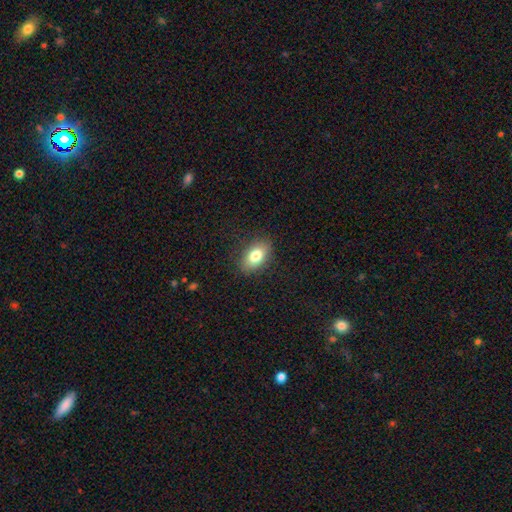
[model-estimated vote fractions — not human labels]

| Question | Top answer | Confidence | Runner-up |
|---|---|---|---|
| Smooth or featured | smooth | 80% | featured or disk (12%) |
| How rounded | in between | 88% | round (10%) |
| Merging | none | 86% | minor disturbance (10%) |